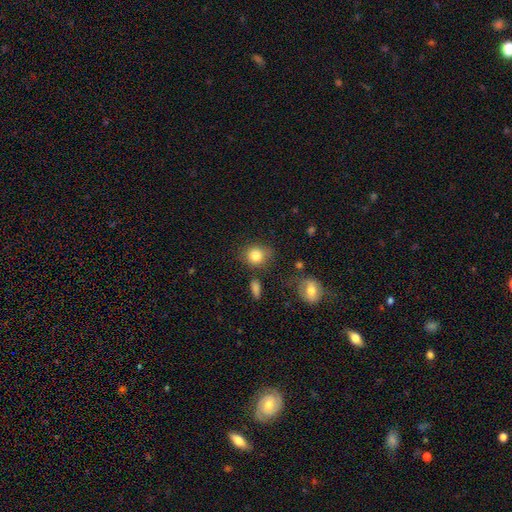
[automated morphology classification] A smooth galaxy with no disk features (83%) that is round (74%).

Vote fractions:
- Smooth or featured? smooth: 83% / star or artifact: 10% / featured or disk: 8%
- How rounded? round: 74% / in between: 25% / cigar-shaped: 1%
- Merging? none: 70% / minor disturbance: 18% / merger: 6% / major disturbance: 6%